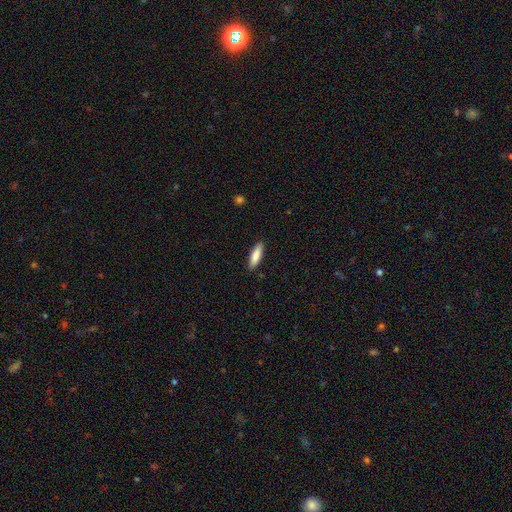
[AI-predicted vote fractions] Smooth or featured? smooth (84%)
How rounded? cigar-shaped (59%)
Merging? none (89%)